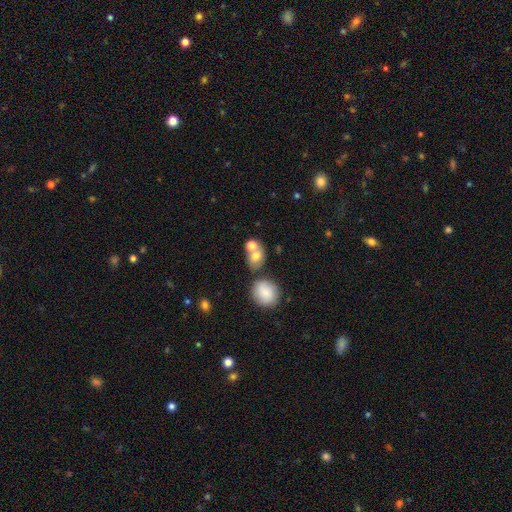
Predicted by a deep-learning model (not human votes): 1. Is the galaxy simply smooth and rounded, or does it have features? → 74% smooth, 16% featured or disk, 10% star or artifact.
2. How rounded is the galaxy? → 51% round, 48% in between, 2% cigar-shaped.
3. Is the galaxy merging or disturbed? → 45% merger, 40% none, 10% minor disturbance, 5% major disturbance.